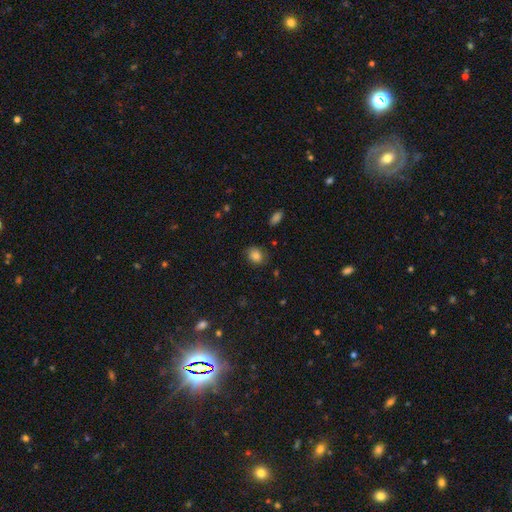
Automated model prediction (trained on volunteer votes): This is likely a smooth galaxy (78%). How rounded: possibly round (57%). Merging: likely none (74%).